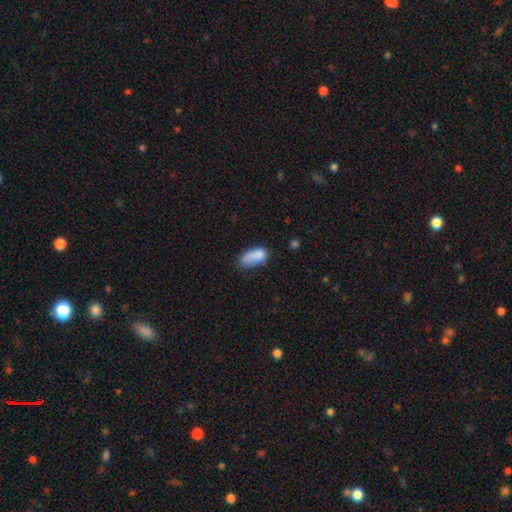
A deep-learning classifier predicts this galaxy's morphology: A smooth galaxy with no disk features (82%) that is in between round and cigar-shaped (90%). Merging: none (39%).